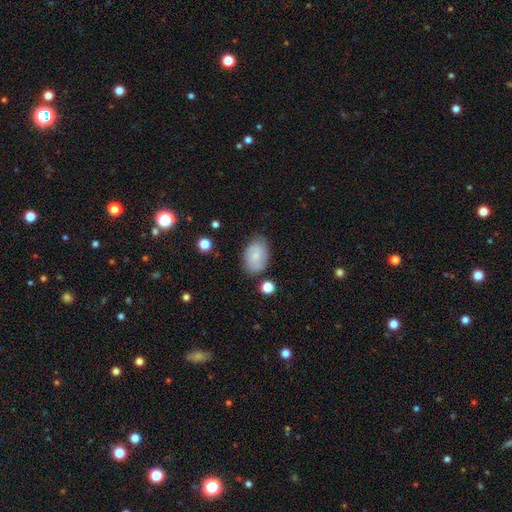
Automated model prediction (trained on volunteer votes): Morphology: type=smooth (68%); roundness=in between (84%); merging=none (74%).